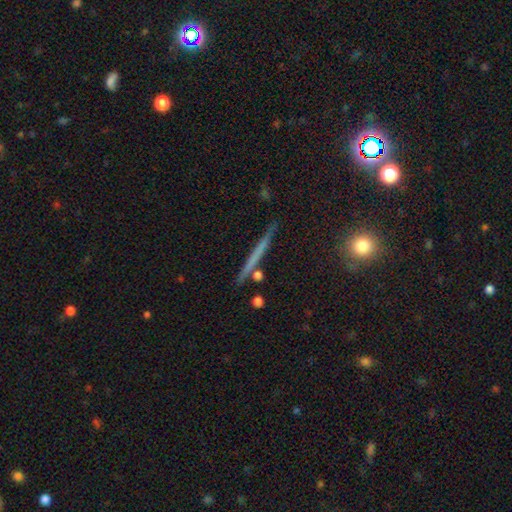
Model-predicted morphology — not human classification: Q: Smooth or featured?
A: featured or disk (49%); runner-up: smooth (43%)
Q: Merging?
A: none (88%); runner-up: minor disturbance (8%)